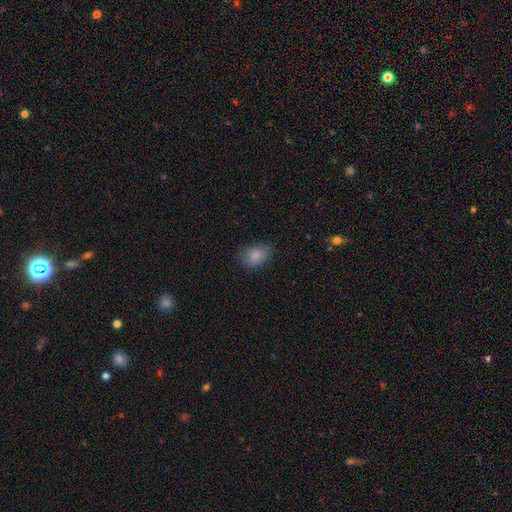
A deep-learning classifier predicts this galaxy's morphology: smooth-or-featured: smooth: 85% | star or artifact: 9% | featured or disk: 6%
  how-rounded: in between: 79% | round: 20% | cigar-shaped: 1%
  merging: none: 77% | minor disturbance: 17% | major disturbance: 4% | merger: 1%